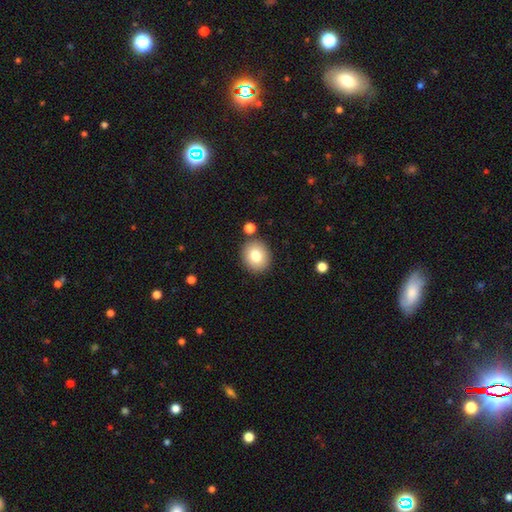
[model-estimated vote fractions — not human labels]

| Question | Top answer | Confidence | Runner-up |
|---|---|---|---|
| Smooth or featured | smooth | 79% | featured or disk (11%) |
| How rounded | round | 79% | in between (20%) |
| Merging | none | 86% | minor disturbance (7%) |